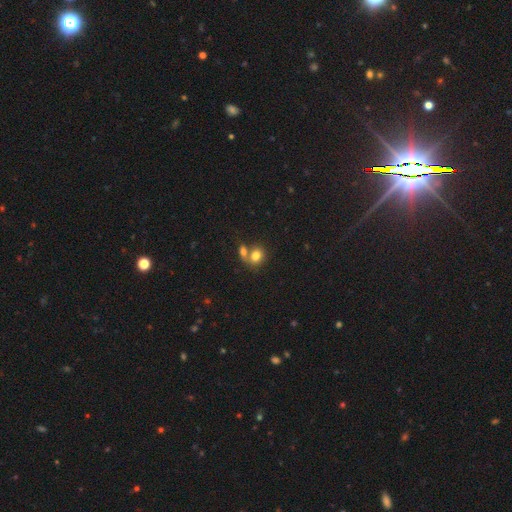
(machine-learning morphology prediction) This is likely a smooth galaxy (79%). How rounded: possibly round (54%). Merging: possibly merger (52%).